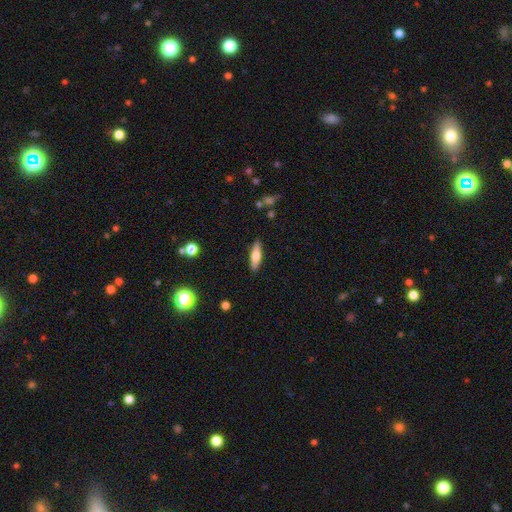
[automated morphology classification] Smooth or featured?
  - smooth: 57% *
  - featured or disk: 37%
  - star or artifact: 6%
How rounded?
  - cigar-shaped: 63% *
  - in between: 35%
  - round: 2%
Merging?
  - none: 89% *
  - minor disturbance: 8%
  - major disturbance: 2%
  - merger: 1%